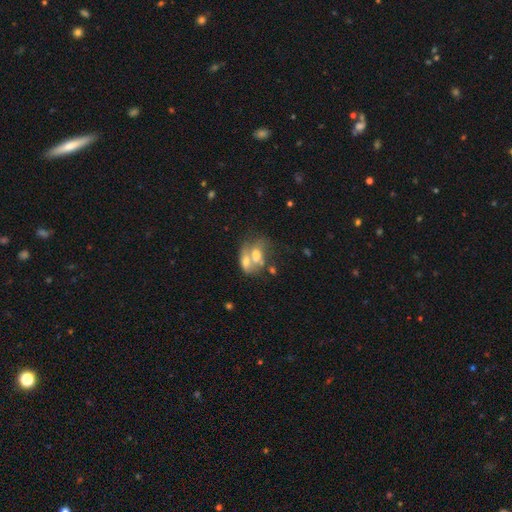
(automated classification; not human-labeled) Smooth or featured? Predicted: smooth (p=0.52). How rounded? Predicted: in between (p=0.76). Merging? Predicted: merger (p=0.67).